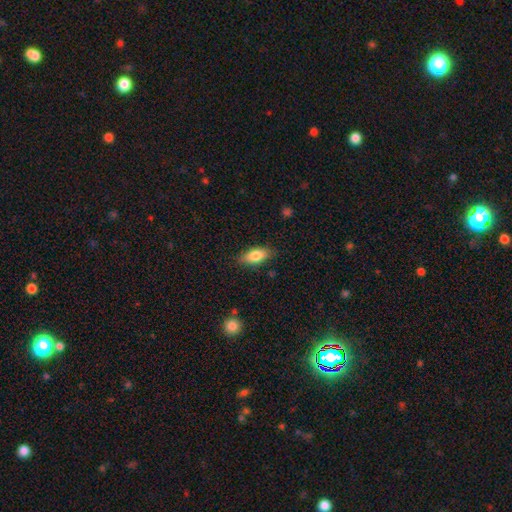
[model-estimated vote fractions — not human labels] This appears to be a smooth galaxy with no disk features (81%) that is in between round and cigar-shaped (82%). Merging: none (84%).